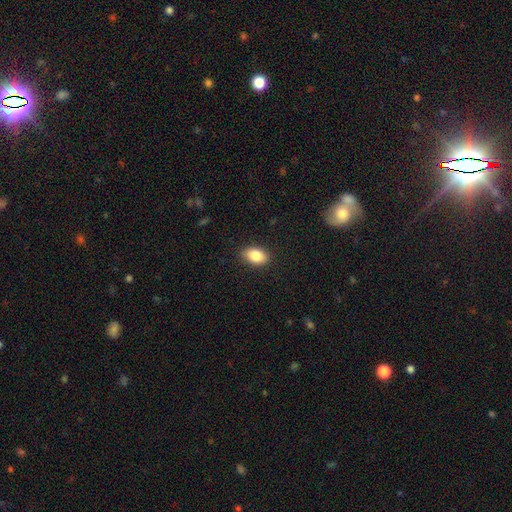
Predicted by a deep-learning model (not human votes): Q: Smooth or featured?
A: smooth (85%); runner-up: star or artifact (8%)
Q: How rounded?
A: in between (88%); runner-up: round (11%)
Q: Merging?
A: none (88%); runner-up: minor disturbance (9%)